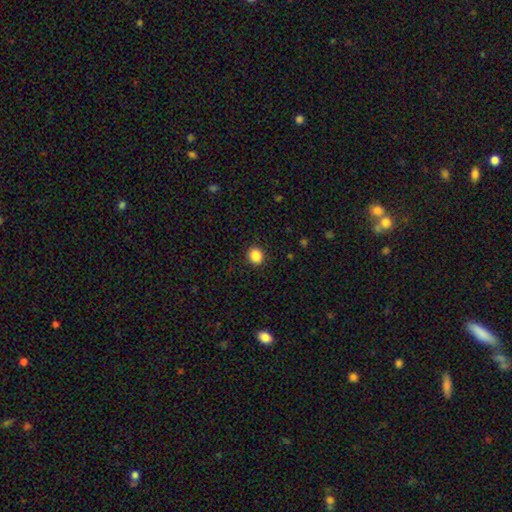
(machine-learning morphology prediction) smooth-or-featured: smooth: 87% | star or artifact: 10% | featured or disk: 3%
  how-rounded: round: 81% | in between: 18% | cigar-shaped: 1%
  merging: none: 91% | minor disturbance: 6% | major disturbance: 2% | merger: 1%